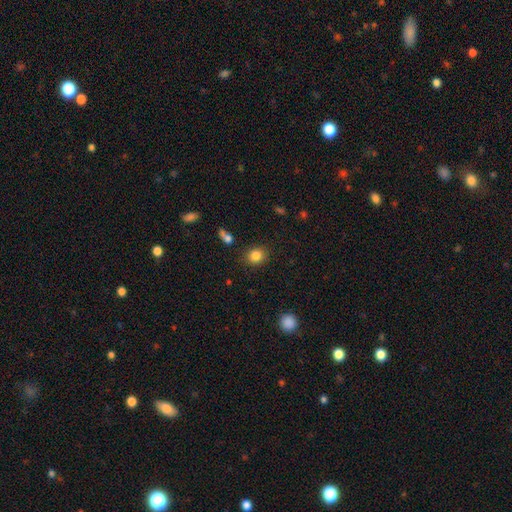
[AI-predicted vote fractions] smooth_or_featured: smooth (p=0.84) [alt: star or artifact p=0.10]
how_rounded: round (p=0.70) [alt: in between p=0.29]
merging: none (p=0.86) [alt: minor disturbance p=0.09]